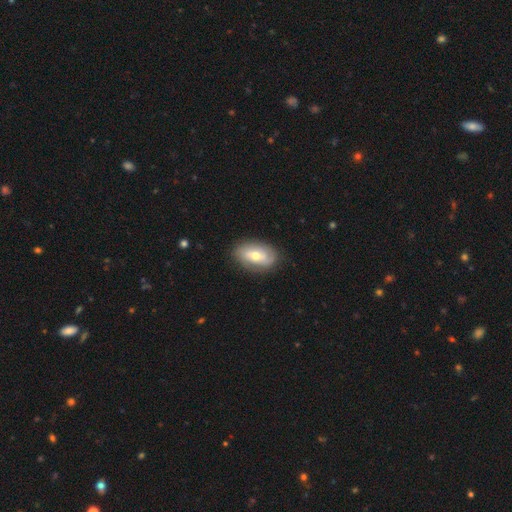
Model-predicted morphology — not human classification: Smooth or featured?
  - smooth: 51% *
  - featured or disk: 42%
  - star or artifact: 7%
How rounded?
  - in between: 88% *
  - round: 9%
  - cigar-shaped: 3%
Merging?
  - none: 81% *
  - minor disturbance: 14%
  - major disturbance: 4%
  - merger: 1%